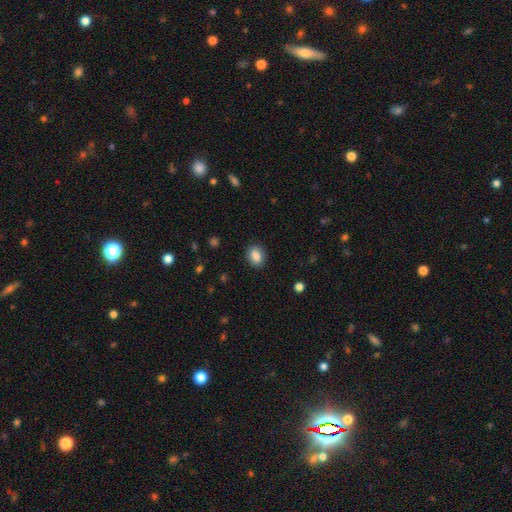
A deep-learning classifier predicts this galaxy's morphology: The model was most divided on "how rounded": in between: 71%, round: 28%, cigar-shaped: 2%. More confident: merging — none (87%); smooth or featured — smooth (86%).